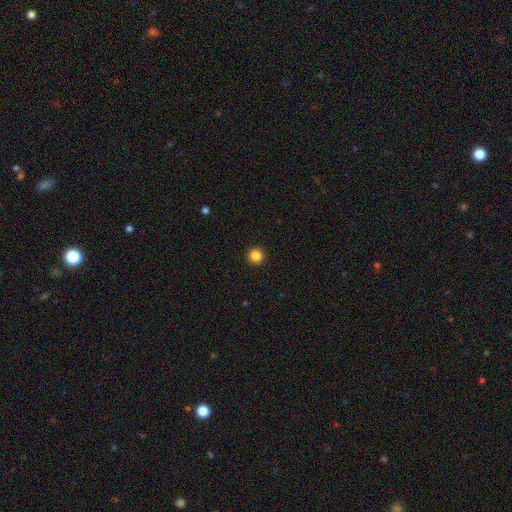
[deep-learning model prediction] Smooth or featured? smooth (86%)
How rounded? round (96%)
Merging? none (93%)